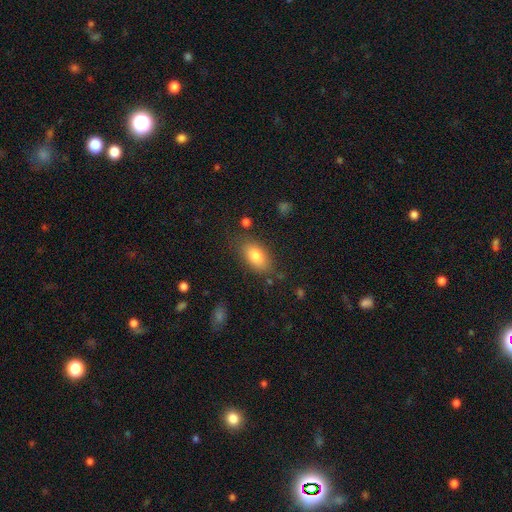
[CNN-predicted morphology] The model was most divided on "merging": none: 78%, minor disturbance: 15%, major disturbance: 5%, merger: 3%. More confident: how rounded — in between (90%); smooth or featured — smooth (81%).